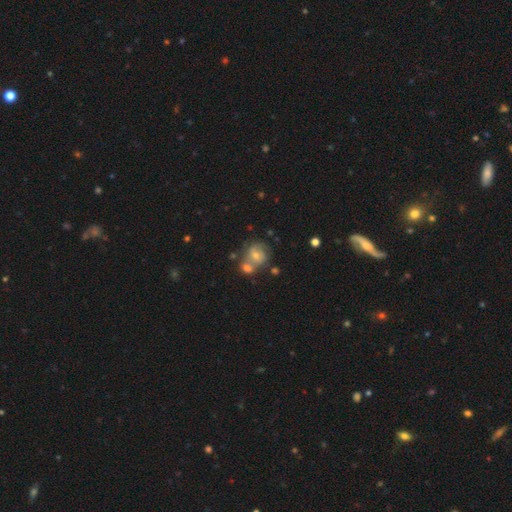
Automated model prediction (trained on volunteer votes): A featured or disk galaxy (53%) with no bar (62%), spiral arms (78%) and a moderate central bulge (49%). Merging: none (40%).